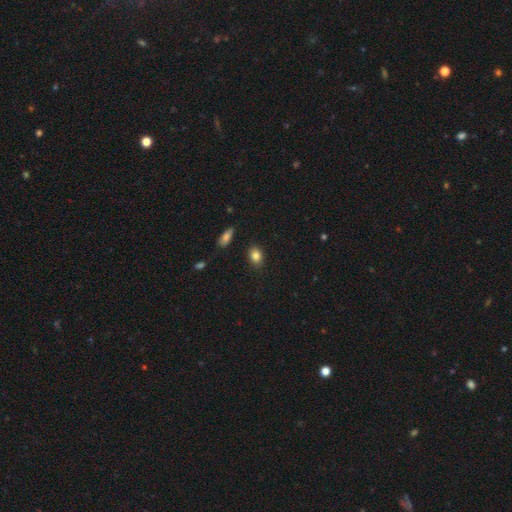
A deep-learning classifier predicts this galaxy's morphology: The model was most divided on "how rounded": in between: 67%, round: 31%, cigar-shaped: 2%. More confident: merging — none (86%); smooth or featured — smooth (84%).